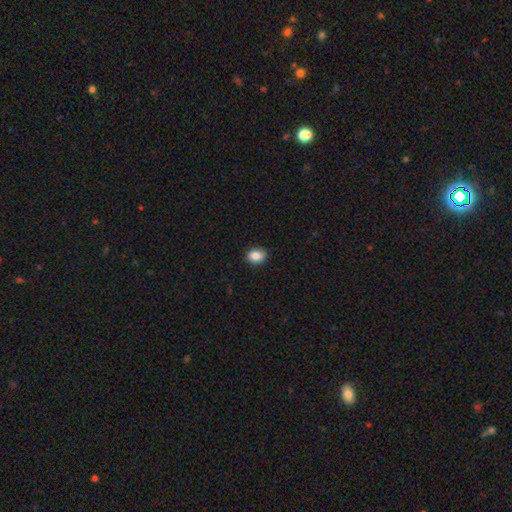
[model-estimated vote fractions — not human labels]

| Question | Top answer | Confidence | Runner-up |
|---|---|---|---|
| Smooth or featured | smooth | 86% | star or artifact (8%) |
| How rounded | in between | 59% | round (40%) |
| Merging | none | 90% | minor disturbance (8%) |